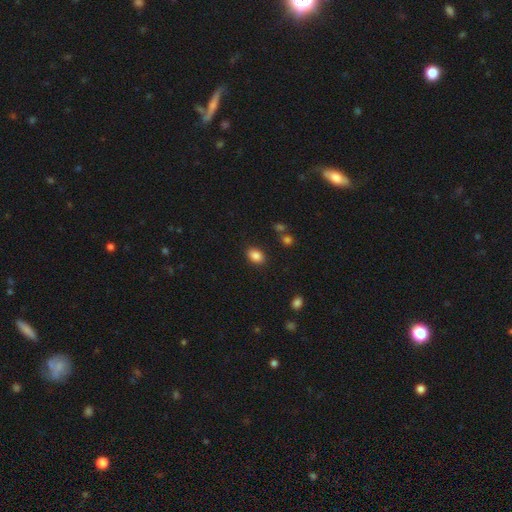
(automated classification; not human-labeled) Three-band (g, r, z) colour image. It shows a smooth galaxy with no disk features (86%) that is in between round and cigar-shaped (81%). Merging: none (85%).